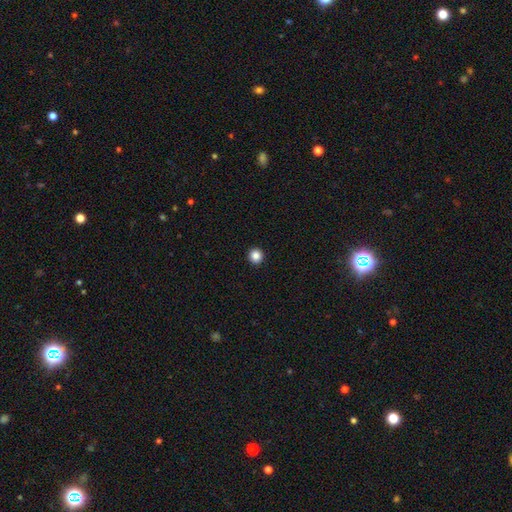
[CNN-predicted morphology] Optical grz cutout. It shows a smooth galaxy with no disk features (86%) that is round (95%). Merging: none (94%).